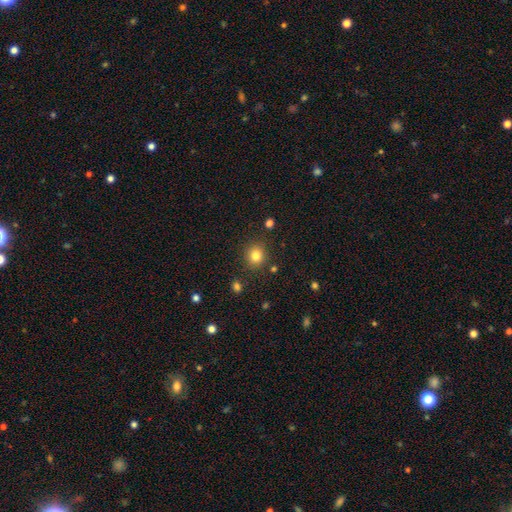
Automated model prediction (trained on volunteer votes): The model was most divided on "smooth or featured": smooth: 82%, star or artifact: 12%, featured or disk: 6%. More confident: merging — none (87%); how rounded — round (87%).